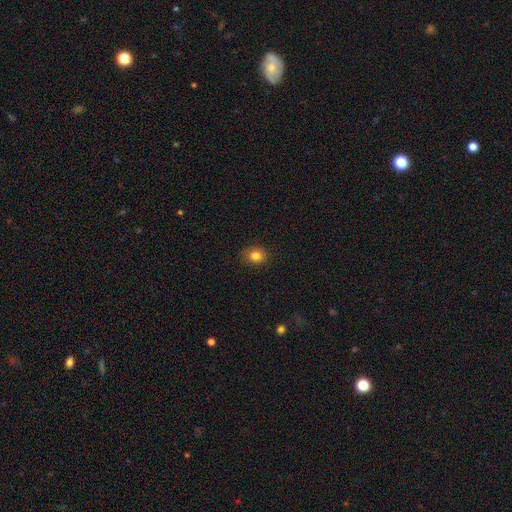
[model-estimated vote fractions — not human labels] This appears to be a smooth galaxy with no disk features (83%) that is round (63%). Merging: none (86%).